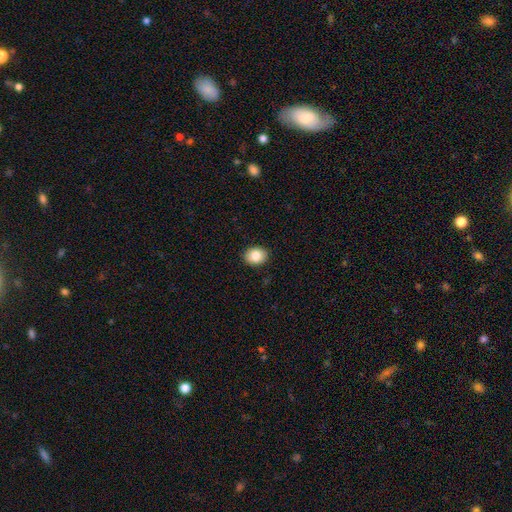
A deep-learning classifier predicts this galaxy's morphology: A smooth galaxy with no disk features (84%) that is in between round and cigar-shaped (53%). Merging: none (90%).